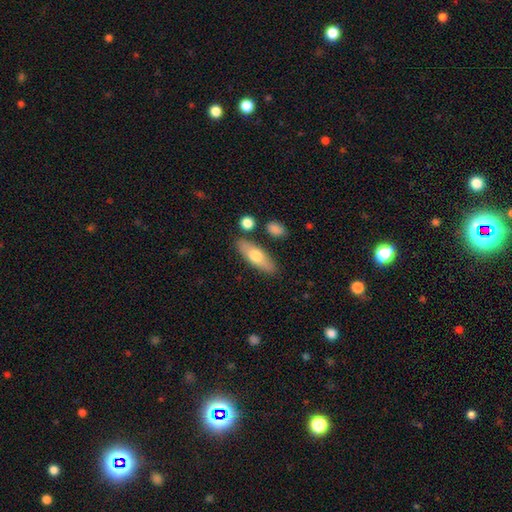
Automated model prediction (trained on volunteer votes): Smooth or featured? smooth (66%)
How rounded? in between (60%)
Merging? none (82%)